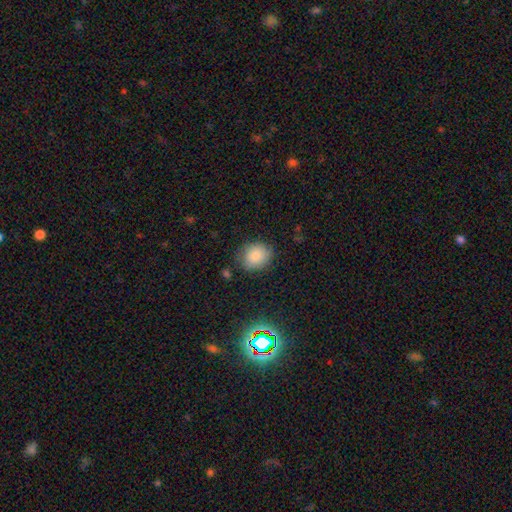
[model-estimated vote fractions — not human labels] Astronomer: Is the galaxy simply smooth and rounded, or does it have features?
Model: smooth — 82%.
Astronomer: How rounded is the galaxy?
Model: round — 65%.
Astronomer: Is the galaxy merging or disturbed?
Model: none — 80%.